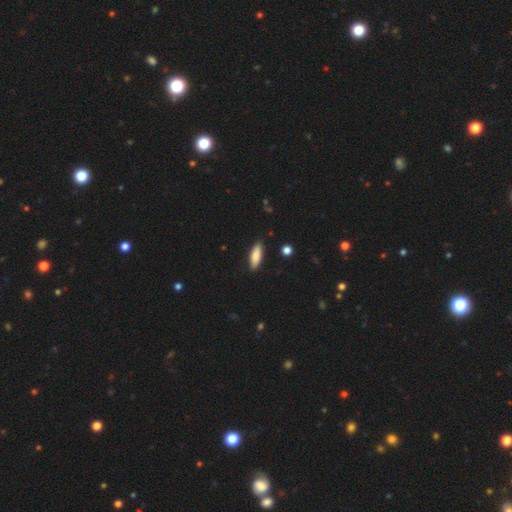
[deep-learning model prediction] A smooth galaxy with no disk features (83%) that is in between round and cigar-shaped (55%).

Vote fractions:
- Smooth or featured? smooth: 83% / featured or disk: 11% / star or artifact: 6%
- How rounded? in between: 55% / cigar-shaped: 43% / round: 2%
- Merging? none: 88% / minor disturbance: 9% / major disturbance: 2% / merger: 1%